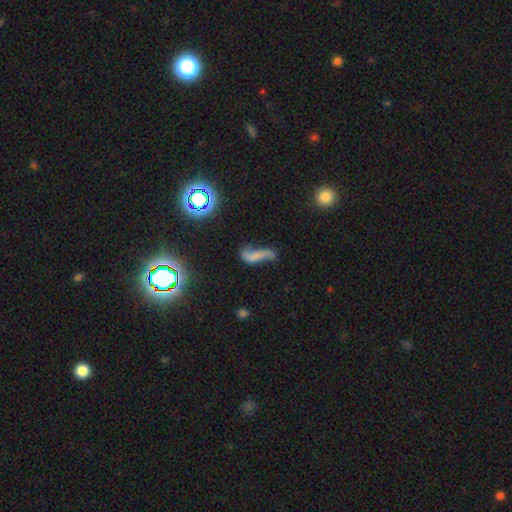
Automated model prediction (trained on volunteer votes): This is possibly a featured or disk galaxy (51%). It is clearly not viewed edge-on (86%). Merging: marginally none (40%).